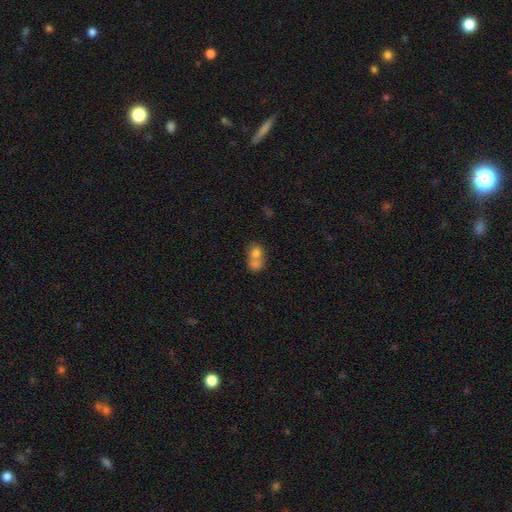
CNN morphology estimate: Q: Smooth or featured?
A: smooth (71%); runner-up: featured or disk (19%)
Q: How rounded?
A: round (57%); runner-up: in between (42%)
Q: Merging?
A: merger (71%); runner-up: none (20%)